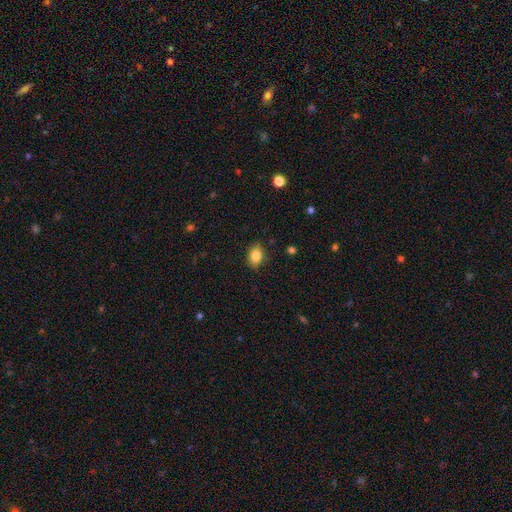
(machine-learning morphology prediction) Smooth or featured?
  - smooth: 84% *
  - star or artifact: 9%
  - featured or disk: 7%
How rounded?
  - in between: 78% *
  - round: 21%
  - cigar-shaped: 2%
Merging?
  - none: 84% *
  - minor disturbance: 13%
  - major disturbance: 3%
  - merger: 1%